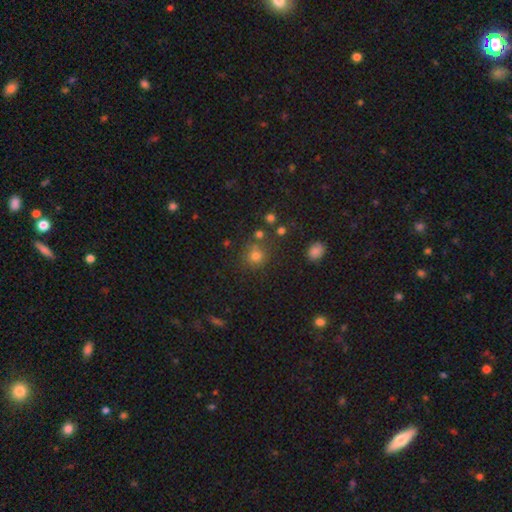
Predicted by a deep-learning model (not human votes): Morphology: type=smooth (74%); roundness=round (88%); merging=none (71%).